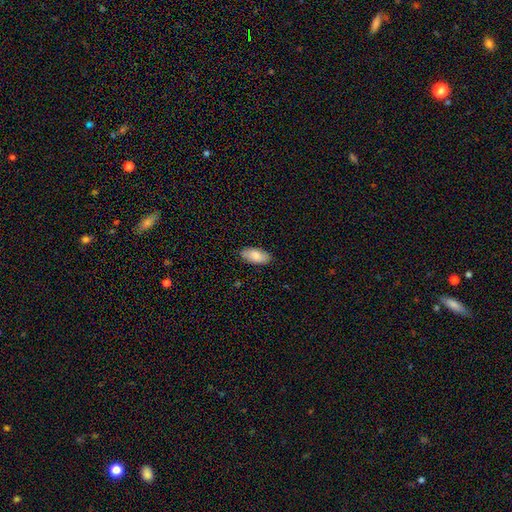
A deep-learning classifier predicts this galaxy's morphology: Overall: smooth (85%). How rounded: in between (94%). Merging: none (88%).